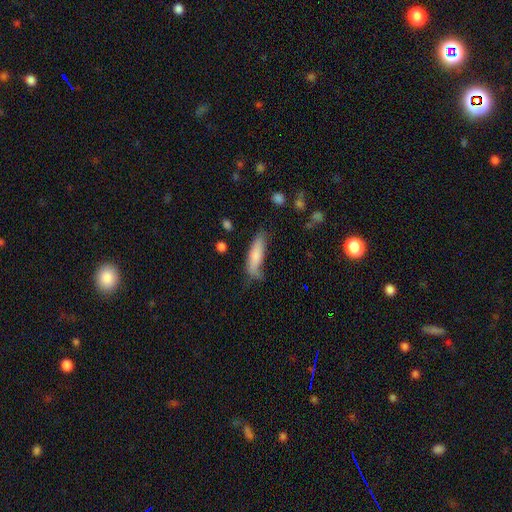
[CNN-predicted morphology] Overall: smooth (78%). How rounded: cigar-shaped (60%; in between 39%). Merging: none (55%; minor disturbance 31%).